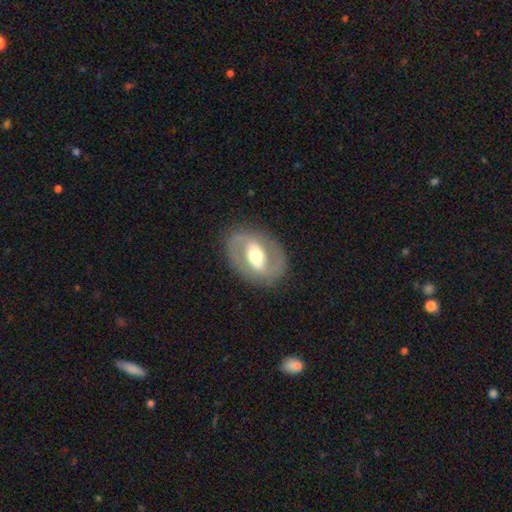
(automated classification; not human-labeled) featured or disk 73%, smooth 21%, star or artifact 6%. Down the decision tree: edge-on disk — no (94%); bar — strong (43%); spiral arms — yes (64%); bulge size — moderate (65%); merging — none (82%).